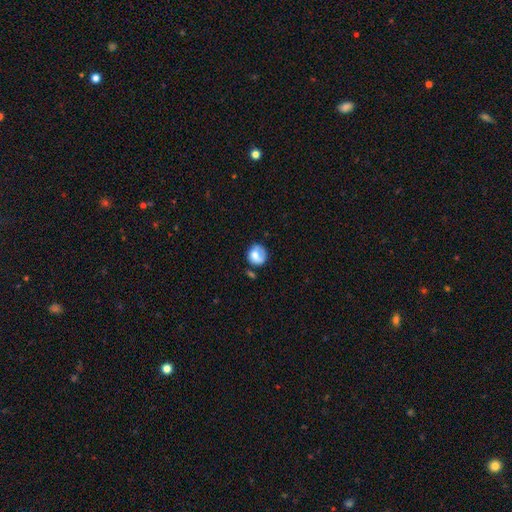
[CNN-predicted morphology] smooth 71%, featured or disk 21%, star or artifact 8%. Down the decision tree: how rounded — round (76%); merging — none (51%).